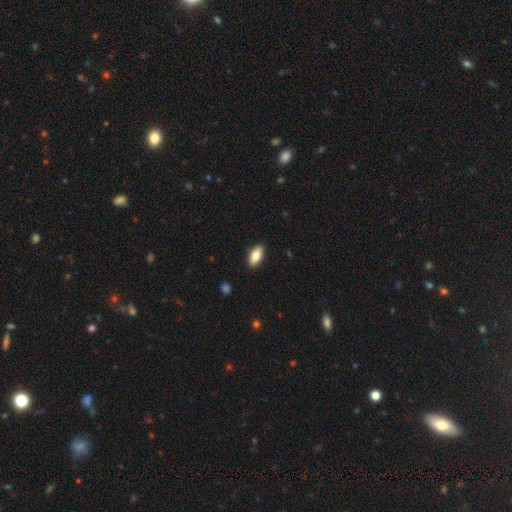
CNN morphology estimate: A smooth galaxy with no disk features (82%) that is in between round and cigar-shaped (89%).

Vote fractions:
- Smooth or featured? smooth: 82% / featured or disk: 12% / star or artifact: 7%
- How rounded? in between: 89% / cigar-shaped: 8% / round: 3%
- Merging? none: 89% / minor disturbance: 8% / major disturbance: 2% / merger: 1%